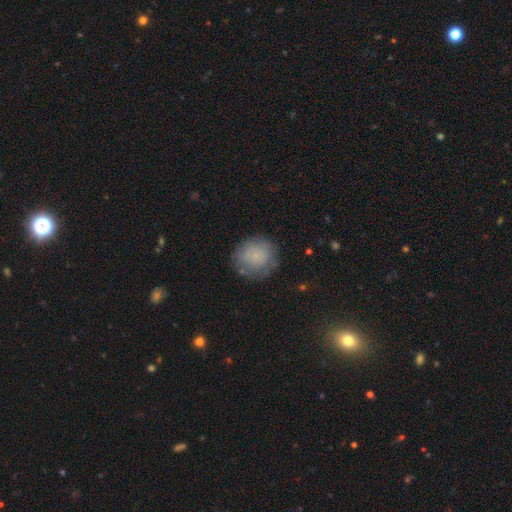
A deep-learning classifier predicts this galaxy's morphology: Smooth or featured? Predicted: smooth (p=0.74). How rounded? Predicted: round (p=0.86). Merging? Predicted: none (p=0.74).